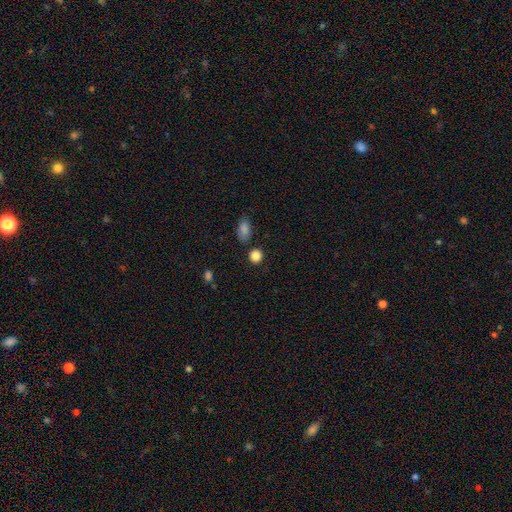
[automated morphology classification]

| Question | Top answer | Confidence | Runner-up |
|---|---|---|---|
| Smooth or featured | smooth | 85% | star or artifact (11%) |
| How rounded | round | 82% | in between (17%) |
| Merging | none | 81% | minor disturbance (10%) |